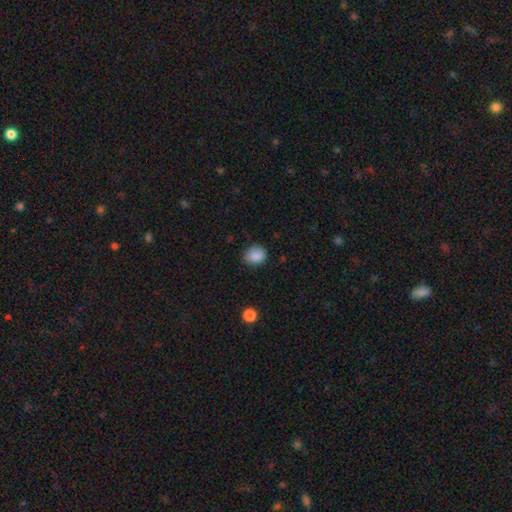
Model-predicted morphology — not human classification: type=smooth (87%); roundness=round (65%); merging=none (79%).